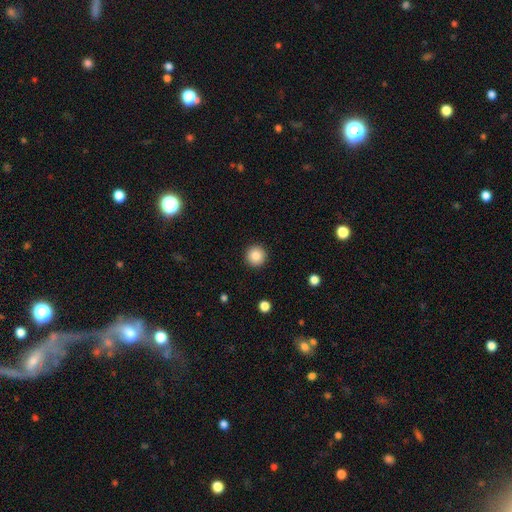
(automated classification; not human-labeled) This appears to be a smooth galaxy with no disk features (86%) that is round (96%). Merging: none (92%).